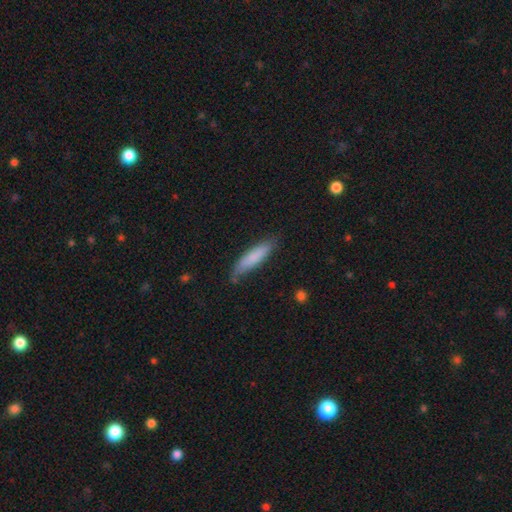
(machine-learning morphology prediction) A smooth galaxy with no disk features (80%) that is cigar-shaped (75%). Merging: none (73%).